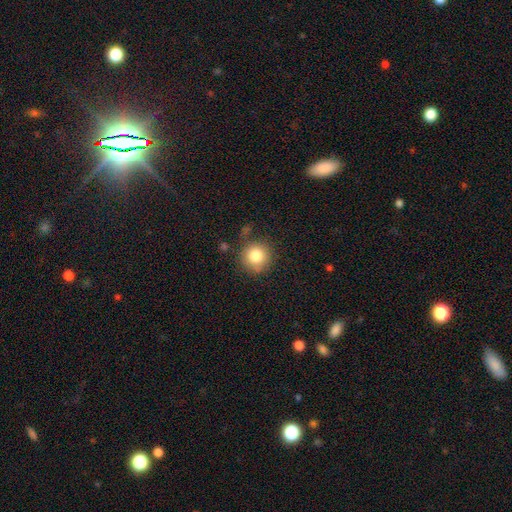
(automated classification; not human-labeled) This is clearly a smooth galaxy (83%). How rounded: clearly round (92%). Merging: likely none (77%).